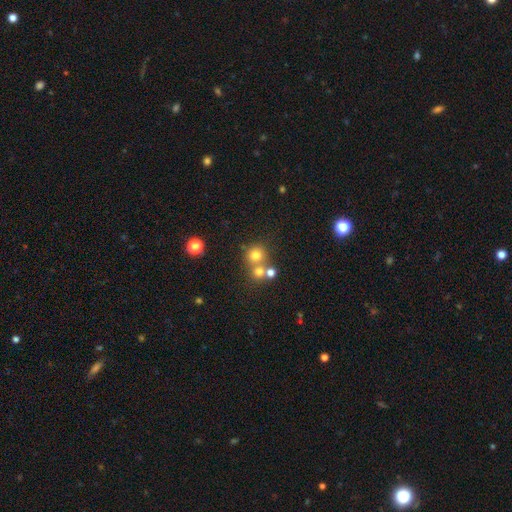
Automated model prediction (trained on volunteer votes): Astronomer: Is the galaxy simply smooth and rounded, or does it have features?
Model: smooth — 72%.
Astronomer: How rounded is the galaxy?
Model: round — 89%.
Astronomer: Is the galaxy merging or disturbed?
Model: none — 54% (runner-up: merger, 35%).